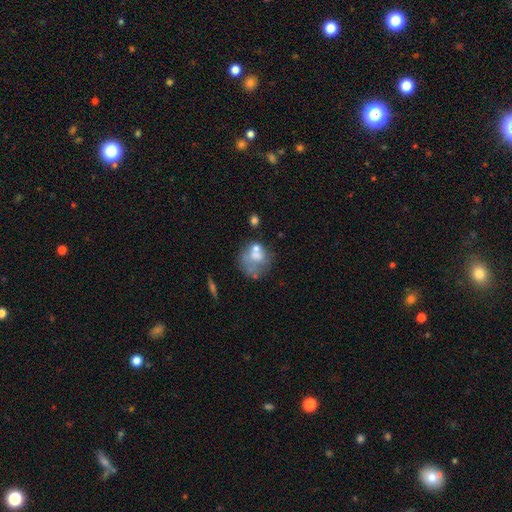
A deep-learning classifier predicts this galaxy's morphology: A smooth galaxy with no disk features (54%) that is round (68%). Merging: none (36%).